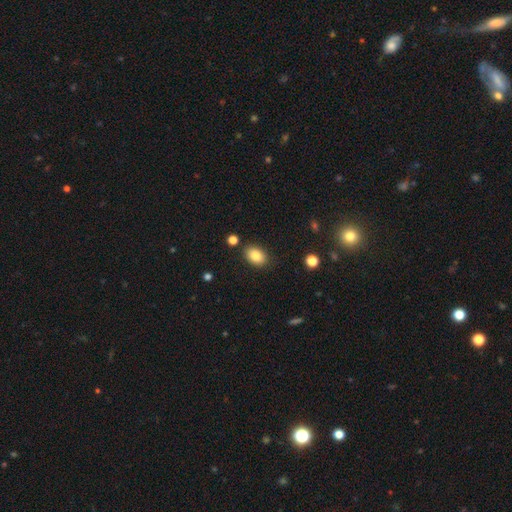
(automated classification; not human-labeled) This is clearly a smooth galaxy (84%). How rounded: clearly in between (83%). Merging: clearly none (84%).